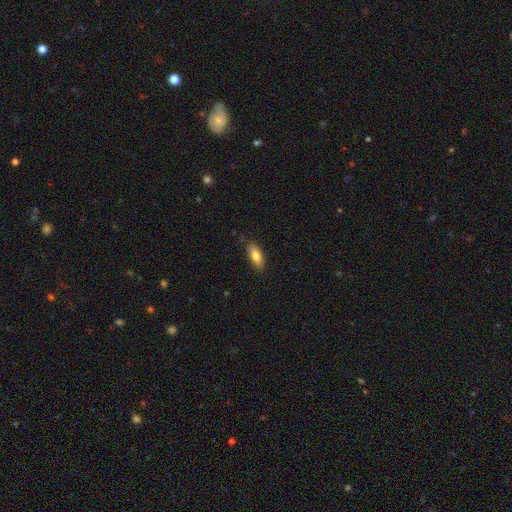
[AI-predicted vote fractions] Smooth or featured: smooth — 78% (featured or disk — 15%)
How rounded: in between — 76% (cigar-shaped — 21%)
Merging: none — 83% (minor disturbance — 13%)